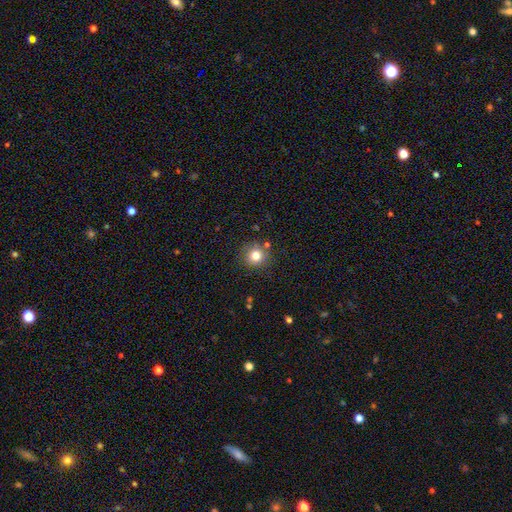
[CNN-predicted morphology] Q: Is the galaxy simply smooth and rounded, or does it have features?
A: smooth — 80%.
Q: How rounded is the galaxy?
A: round — 92%.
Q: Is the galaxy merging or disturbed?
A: none — 82%.